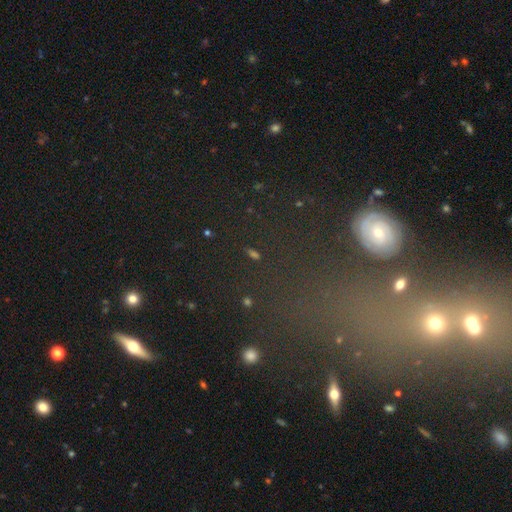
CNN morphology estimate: A star or artifact, not a galaxy (46%).